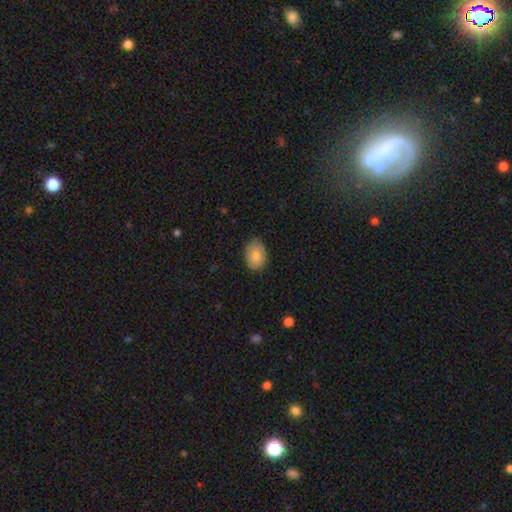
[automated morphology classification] This is clearly a smooth galaxy (84%). How rounded: clearly in between (81%). Merging: clearly none (81%).